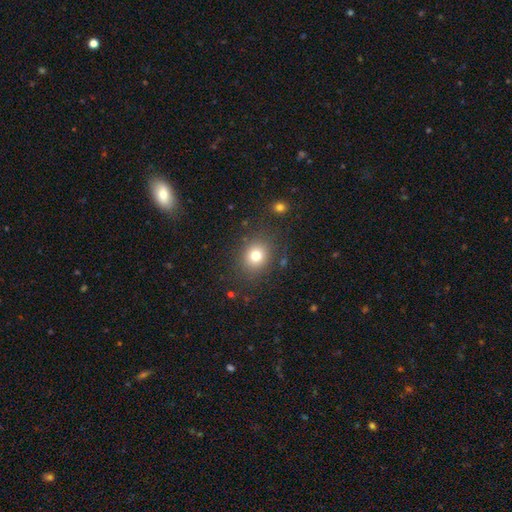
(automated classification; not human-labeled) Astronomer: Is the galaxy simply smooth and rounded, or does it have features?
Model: smooth — 77%.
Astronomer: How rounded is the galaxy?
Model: round — 70%.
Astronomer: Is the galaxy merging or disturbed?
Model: none — 84%.